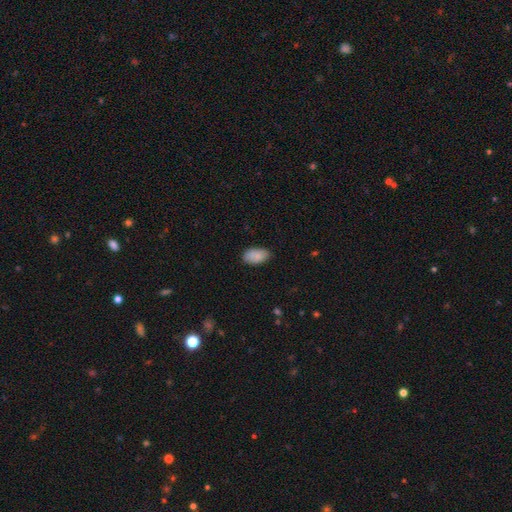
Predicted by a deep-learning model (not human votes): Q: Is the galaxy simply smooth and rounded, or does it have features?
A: smooth — 86%.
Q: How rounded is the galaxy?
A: in between — 94%.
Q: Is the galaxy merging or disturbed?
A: none — 79%.